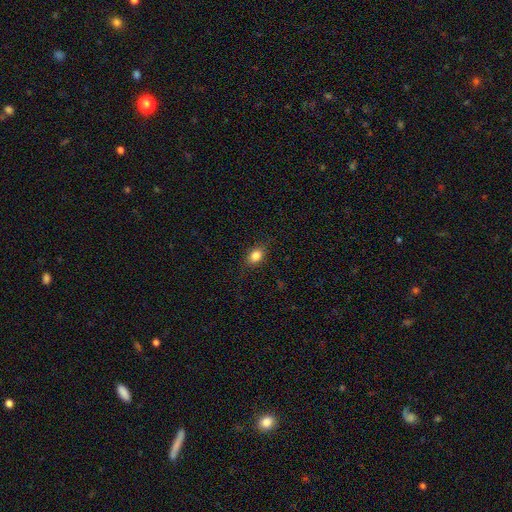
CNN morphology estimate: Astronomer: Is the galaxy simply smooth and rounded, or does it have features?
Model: smooth — 83%.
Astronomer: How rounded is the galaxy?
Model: in between — 72%.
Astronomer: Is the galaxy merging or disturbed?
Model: none — 82%.